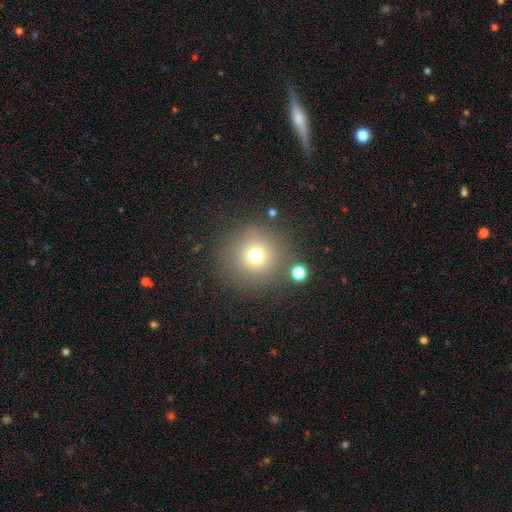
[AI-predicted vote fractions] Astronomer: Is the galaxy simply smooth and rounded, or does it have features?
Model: smooth — 71%.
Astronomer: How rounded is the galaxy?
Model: round — 94%.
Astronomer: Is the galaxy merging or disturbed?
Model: none — 81%.